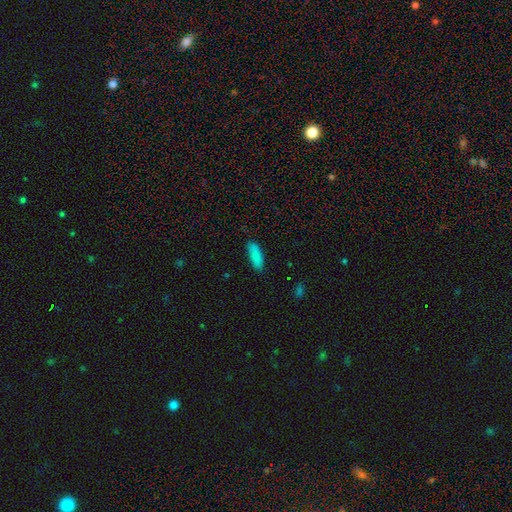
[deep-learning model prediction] Q: Smooth or featured?
A: smooth (85%); runner-up: star or artifact (9%)
Q: How rounded?
A: in between (55%); runner-up: cigar-shaped (43%)
Q: Merging?
A: none (84%); runner-up: minor disturbance (12%)